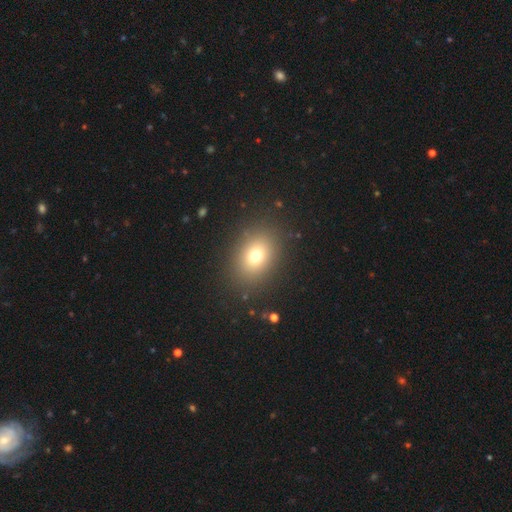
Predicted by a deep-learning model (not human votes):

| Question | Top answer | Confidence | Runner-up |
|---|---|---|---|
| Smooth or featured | smooth | 74% | star or artifact (15%) |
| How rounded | in between | 59% | round (40%) |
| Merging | none | 86% | minor disturbance (8%) |